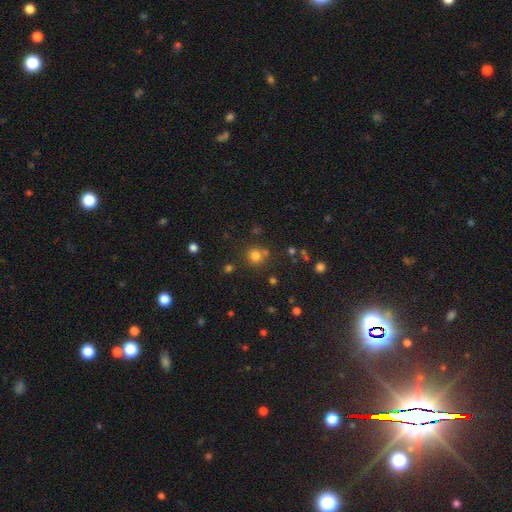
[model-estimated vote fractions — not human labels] Q: Smooth or featured?
A: smooth (76%); runner-up: star or artifact (18%)
Q: How rounded?
A: round (90%); runner-up: in between (9%)
Q: Merging?
A: none (74%); runner-up: merger (13%)